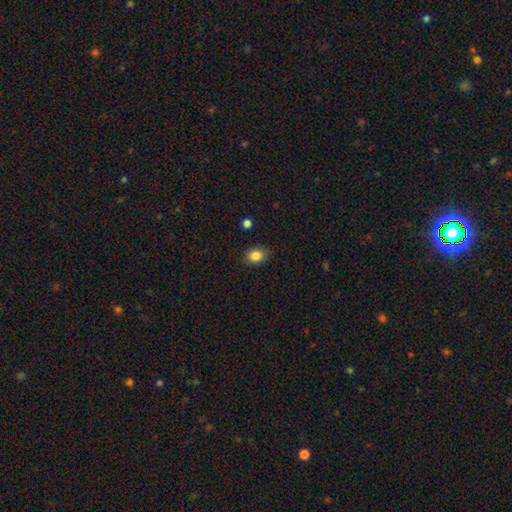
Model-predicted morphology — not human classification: Smooth or featured? Predicted: smooth (p=0.84). How rounded? Predicted: in between (p=0.72). Merging? Predicted: none (p=0.87).